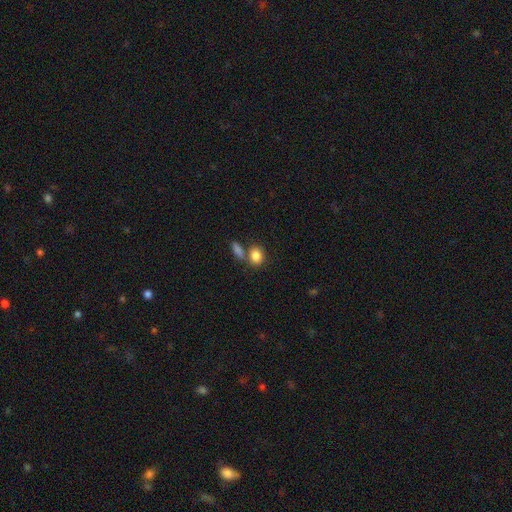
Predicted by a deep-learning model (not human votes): This is clearly a smooth galaxy (84%). How rounded: possibly in between (54%). Merging: possibly none (53%).